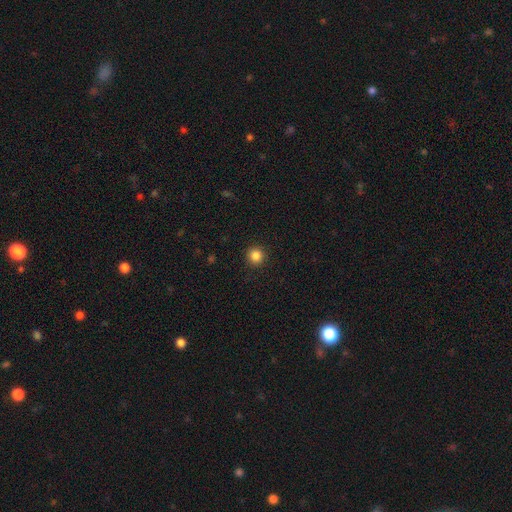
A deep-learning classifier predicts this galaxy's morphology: Overall: smooth (85%). How rounded: round (94%). Merging: none (92%).